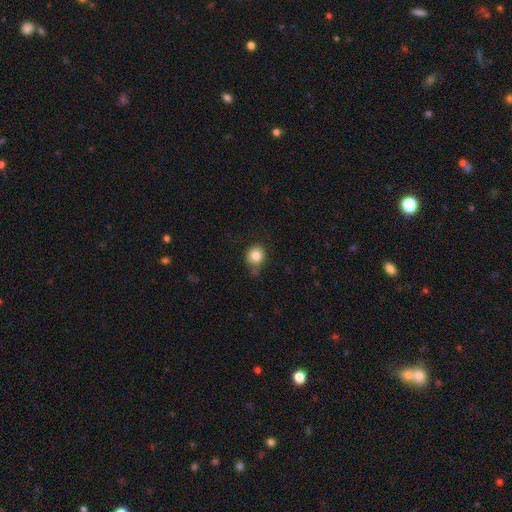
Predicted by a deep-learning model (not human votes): Smooth or featured: smooth — 82% (star or artifact — 10%)
How rounded: round — 76% (in between — 23%)
Merging: none — 67% (minor disturbance — 25%)